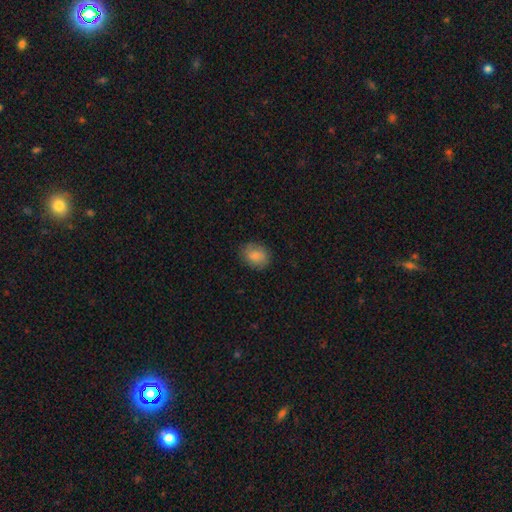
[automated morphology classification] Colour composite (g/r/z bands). It shows a smooth galaxy with no disk features (84%) that is round (51%). Merging: none (84%).